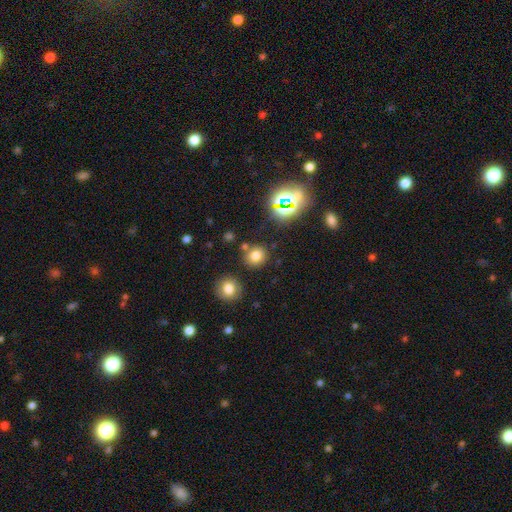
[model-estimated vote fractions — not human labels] Overall: smooth (72%). How rounded: round (85%). Merging: none (80%).